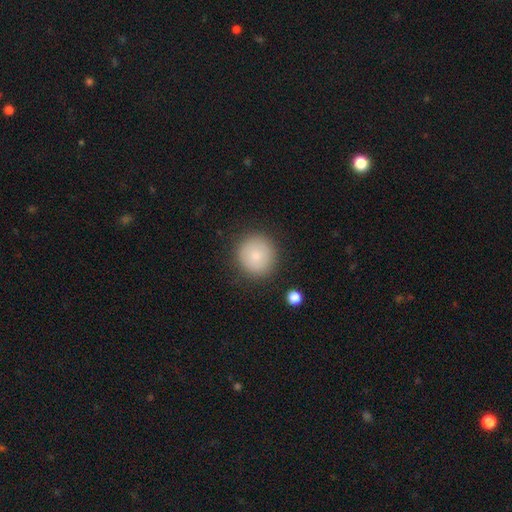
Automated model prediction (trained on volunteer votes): Morphology: type=smooth (80%); roundness=round (93%); merging=none (86%).